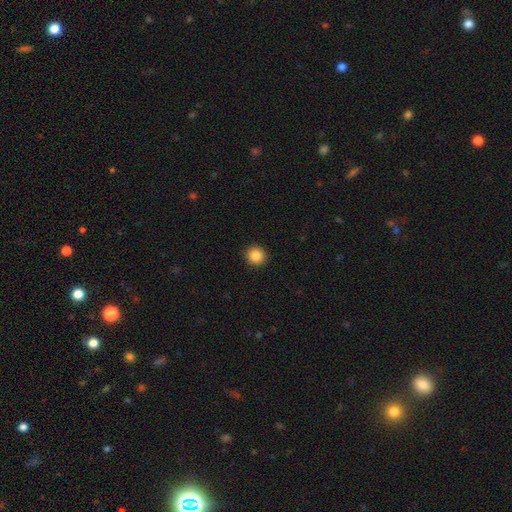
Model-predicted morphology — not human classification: Smooth or featured: smooth — 88% (star or artifact — 9%)
How rounded: round — 93% (in between — 6%)
Merging: none — 92% (minor disturbance — 5%)